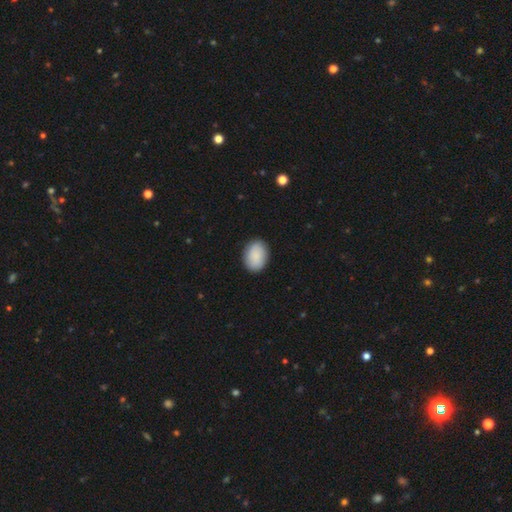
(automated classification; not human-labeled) Smooth or featured?
  - smooth: 89% *
  - star or artifact: 6%
  - featured or disk: 5%
How rounded?
  - in between: 75% *
  - round: 24%
  - cigar-shaped: 1%
Merging?
  - none: 89% *
  - minor disturbance: 8%
  - major disturbance: 2%
  - merger: 1%